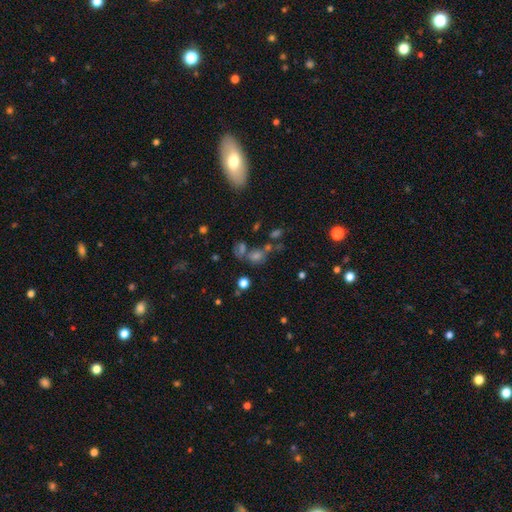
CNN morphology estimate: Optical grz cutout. It shows a smooth galaxy with no disk features (49%). Merging: none (52%).